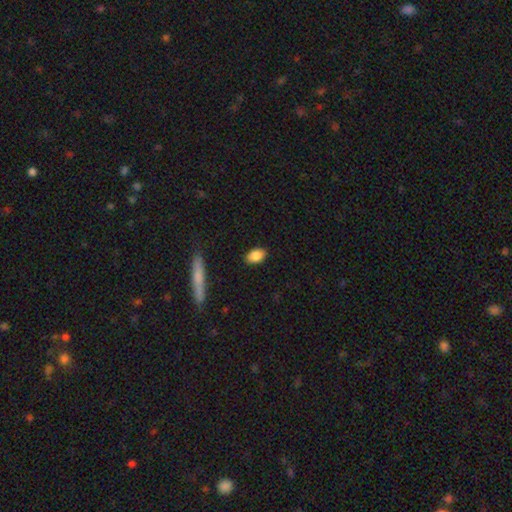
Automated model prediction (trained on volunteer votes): Smooth or featured: smooth — 87% (star or artifact — 7%)
How rounded: in between — 88% (round — 9%)
Merging: none — 89% (minor disturbance — 8%)